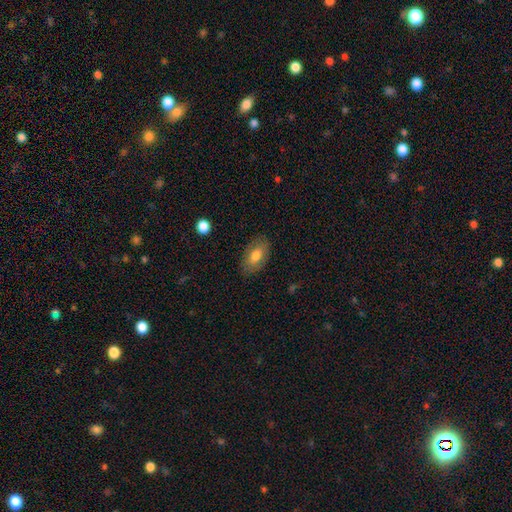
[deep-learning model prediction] Morphology: type=smooth (74%); roundness=in between (92%); merging=none (84%).